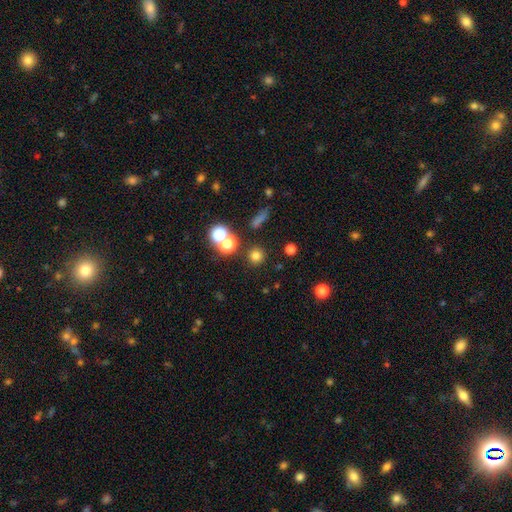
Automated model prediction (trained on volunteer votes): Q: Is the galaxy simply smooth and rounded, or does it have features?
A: smooth — 73%.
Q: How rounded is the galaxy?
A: round — 93%.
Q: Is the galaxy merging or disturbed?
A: none — 82%.